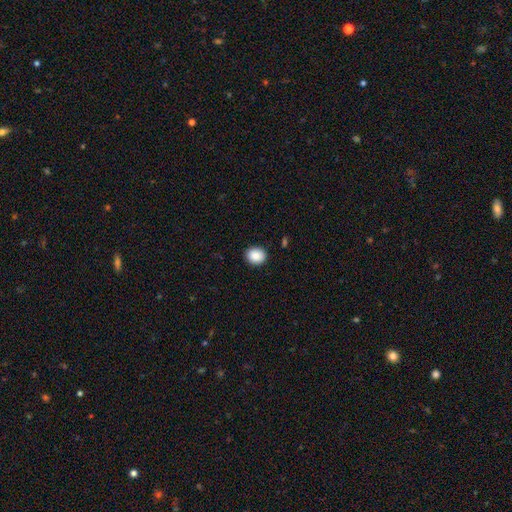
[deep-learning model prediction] Overall: smooth (89%). How rounded: round (64%; in between 35%). Merging: none (90%).